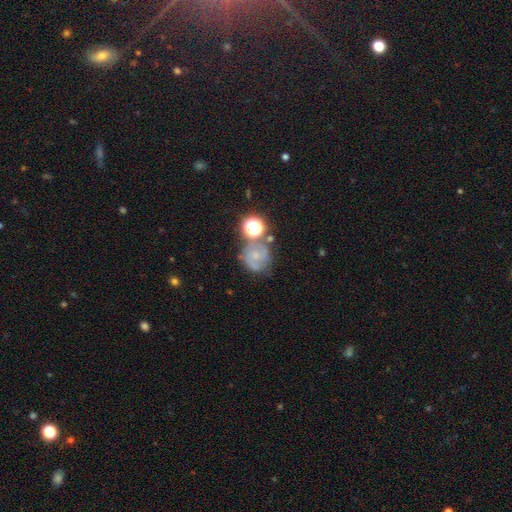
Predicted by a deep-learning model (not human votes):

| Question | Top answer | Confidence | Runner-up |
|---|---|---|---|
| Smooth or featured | featured or disk | 44% | smooth (37%) |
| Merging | none | 52% | minor disturbance (20%) |